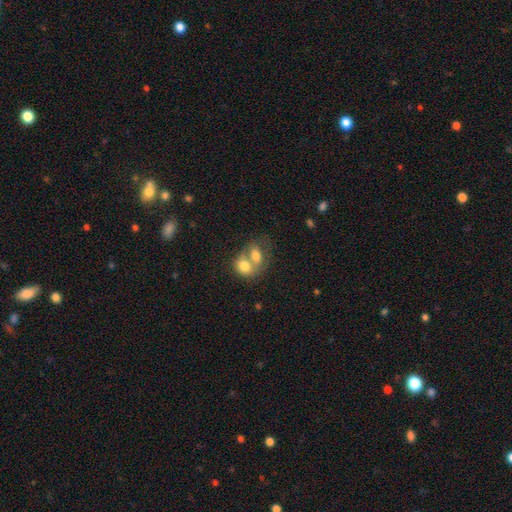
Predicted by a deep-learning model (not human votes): Smooth or featured: smooth — 69% (featured or disk — 23%)
How rounded: in between — 65% (round — 34%)
Merging: merger — 74% (none — 16%)